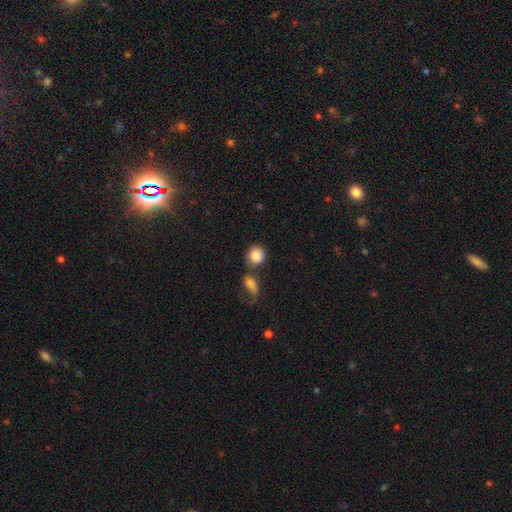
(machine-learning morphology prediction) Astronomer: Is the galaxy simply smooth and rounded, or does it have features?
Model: smooth — 86%.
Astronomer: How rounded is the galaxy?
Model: round — 79%.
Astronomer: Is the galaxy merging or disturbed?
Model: none — 62%.